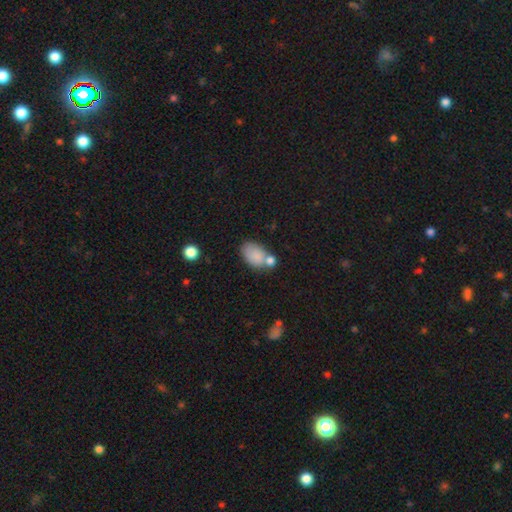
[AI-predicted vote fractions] Q: Smooth or featured?
A: smooth (82%); runner-up: featured or disk (9%)
Q: How rounded?
A: in between (89%); runner-up: round (10%)
Q: Merging?
A: none (47%); runner-up: merger (30%)